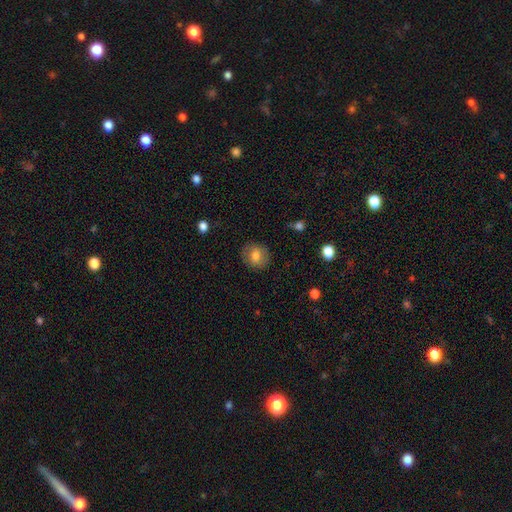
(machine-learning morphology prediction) Smooth or featured?
  - smooth: 75% *
  - featured or disk: 16%
  - star or artifact: 8%
How rounded?
  - round: 78% *
  - in between: 21%
  - cigar-shaped: 1%
Merging?
  - none: 86% *
  - minor disturbance: 10%
  - major disturbance: 3%
  - merger: 1%